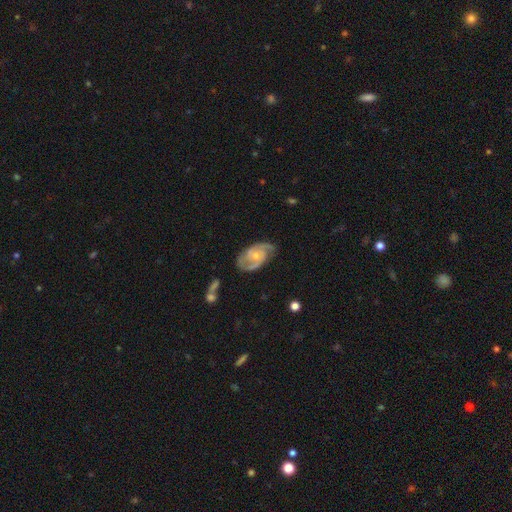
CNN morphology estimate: smooth-or-featured: featured or disk: 81% | smooth: 14% | star or artifact: 5%
  disk-edge-on: no: 97% | yes: 3%
    bar: no: 57% | weak: 36% | strong: 6%
    has-spiral-arms: yes: 94% | no: 6%
      spiral-winding: medium: 52% | tight: 30% | loose: 18%
      spiral-arm-count: 2: 78% | can't tell: 10% | 3: 7% | 1: 3% | 4: 2% | more than 4: 1%
    bulge-size: small: 57% | moderate: 35% | none: 5% | large: 2% | dominant: 1%
  merging: none: 67% | minor disturbance: 23% | major disturbance: 8% | merger: 2%